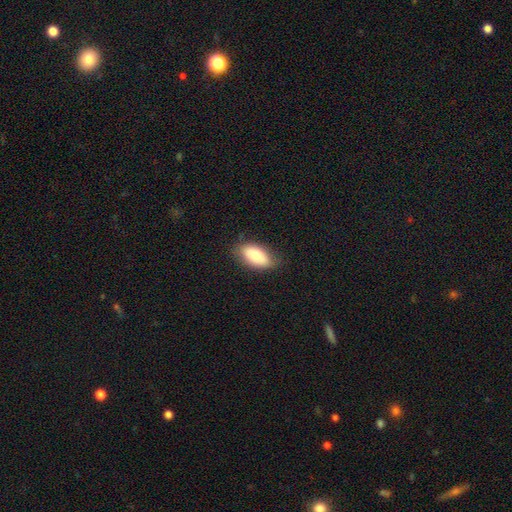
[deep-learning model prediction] Overall: smooth (79%). How rounded: in between (90%). Merging: none (78%).